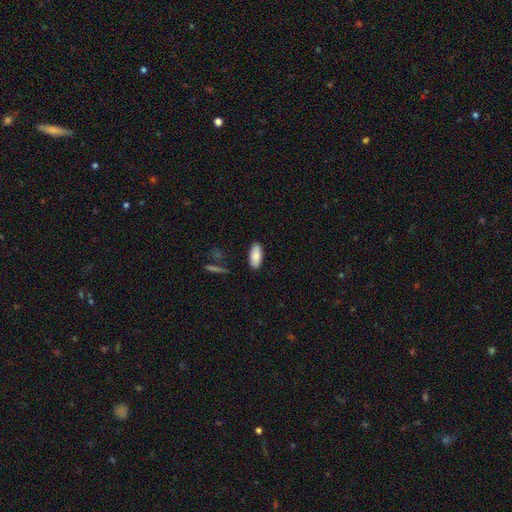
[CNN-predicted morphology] Smooth or featured: smooth — 87% (featured or disk — 6%)
How rounded: in between — 86% (cigar-shaped — 12%)
Merging: none — 88% (minor disturbance — 9%)